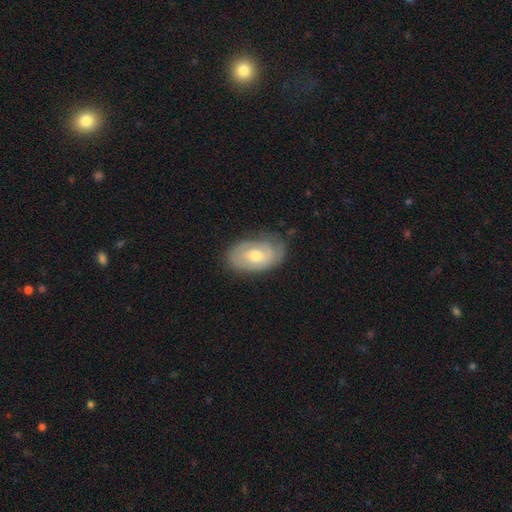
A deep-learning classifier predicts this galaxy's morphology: This is possibly a featured or disk galaxy (60%). It is clearly not viewed edge-on (94%). Bar: likely no (65%). Spiral arm pattern: likely yes (71%). Central bulge: likely moderate (67%). Merging: likely none (73%).